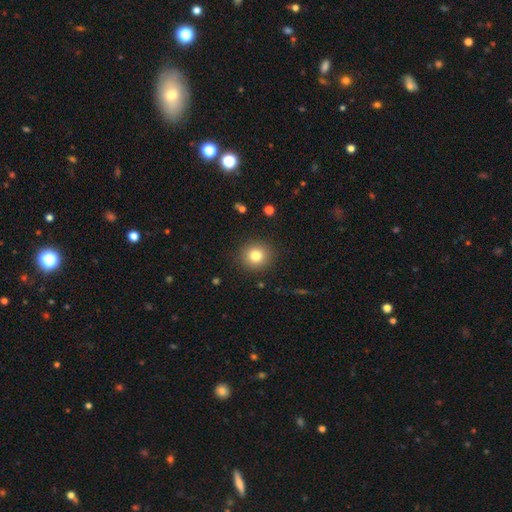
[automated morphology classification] A smooth galaxy with no disk features (80%) that is round (90%).

Vote fractions:
- Smooth or featured? smooth: 80% / star or artifact: 11% / featured or disk: 8%
- How rounded? round: 90% / in between: 9% / cigar-shaped: 1%
- Merging? none: 90% / minor disturbance: 6% / major disturbance: 2% / merger: 1%